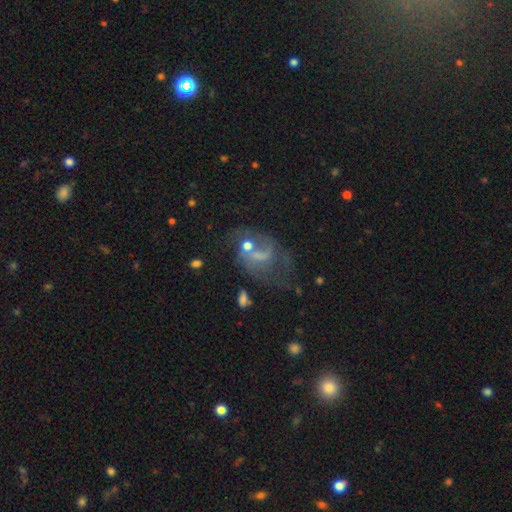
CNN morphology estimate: Q: Smooth or featured?
A: featured or disk (61%); runner-up: smooth (25%)
Q: Edge-on disk?
A: no (97%); runner-up: yes (3%)
Q: Bar?
A: no (46%); runner-up: weak (41%)
Q: Spiral arms?
A: yes (66%); runner-up: no (34%)
Q: Bulge size?
A: small (33%); runner-up: moderate (31%)
Q: Merging?
A: major disturbance (36%); runner-up: none (31%)